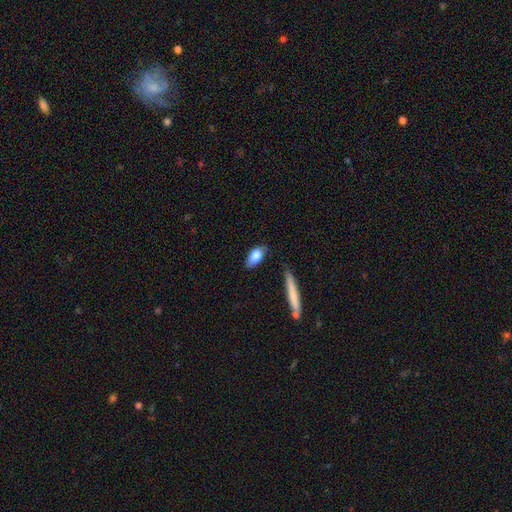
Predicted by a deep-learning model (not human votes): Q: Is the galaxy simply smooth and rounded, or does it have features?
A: smooth — 83%.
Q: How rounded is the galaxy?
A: in between — 86%.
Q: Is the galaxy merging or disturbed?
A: none — 74%.